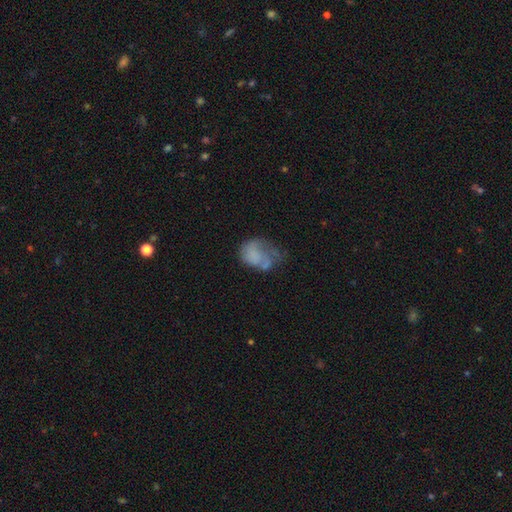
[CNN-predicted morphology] Smooth or featured: smooth — 49% (featured or disk — 41%)
Merging: major disturbance — 41% (none — 25%)